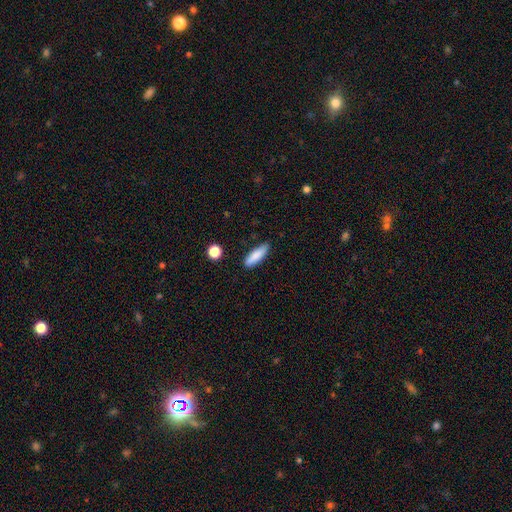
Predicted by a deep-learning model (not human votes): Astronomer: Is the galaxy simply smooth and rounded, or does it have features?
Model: smooth — 83%.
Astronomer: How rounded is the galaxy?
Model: cigar-shaped — 62%.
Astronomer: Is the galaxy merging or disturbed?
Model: none — 83%.